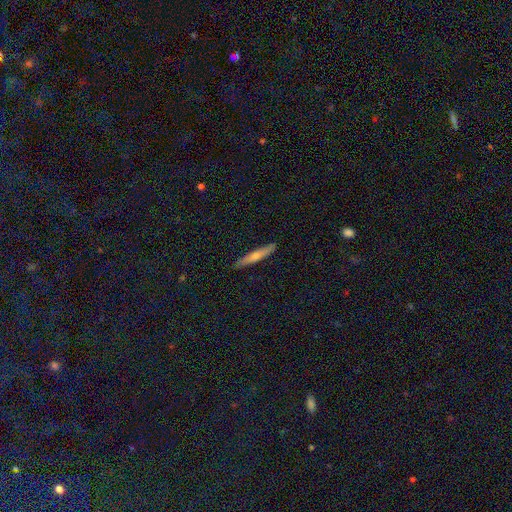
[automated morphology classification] Q: Smooth or featured?
A: smooth (46%); tied with: featured or disk (46%)
Q: Merging?
A: none (90%); runner-up: minor disturbance (7%)